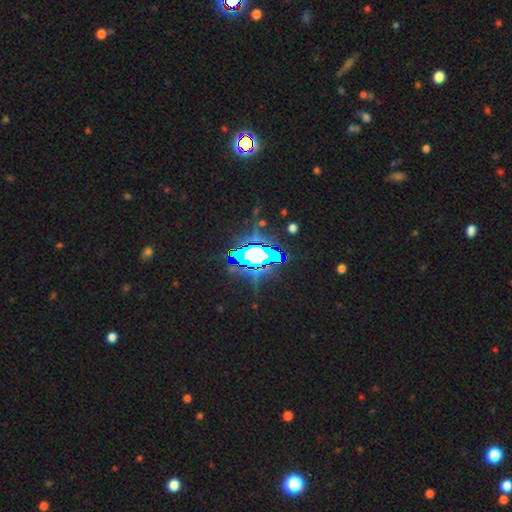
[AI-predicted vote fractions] Smooth or featured: star or artifact — 68% (featured or disk — 18%)